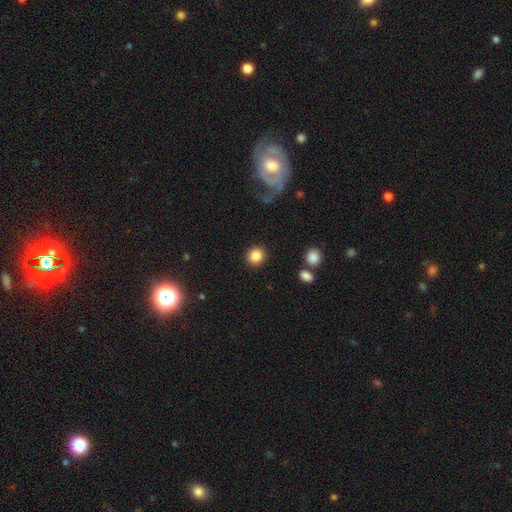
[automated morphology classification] smooth_or_featured: smooth (p=0.86) [alt: star or artifact p=0.09]
how_rounded: round (p=0.84) [alt: in between p=0.14]
merging: none (p=0.89) [alt: minor disturbance p=0.06]